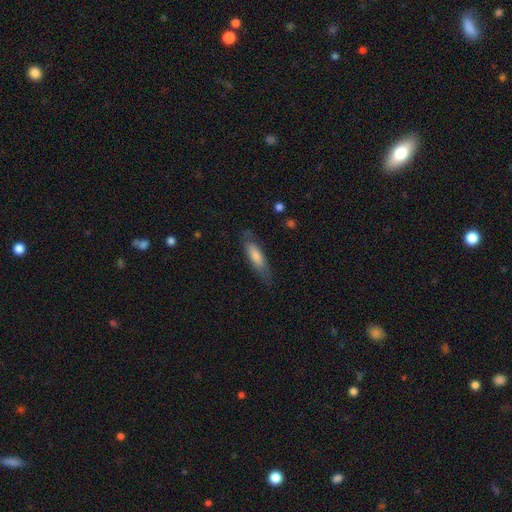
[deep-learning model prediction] A smooth galaxy with no disk features (67%) that is cigar-shaped (63%). Merging: none (75%).